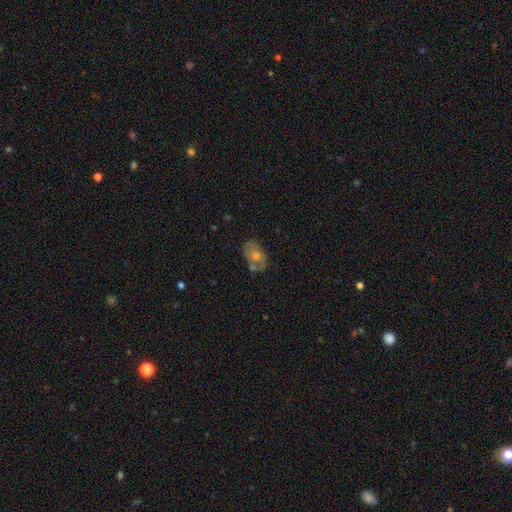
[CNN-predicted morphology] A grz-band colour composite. It shows a featured or disk galaxy (48%). Merging: none (62%).